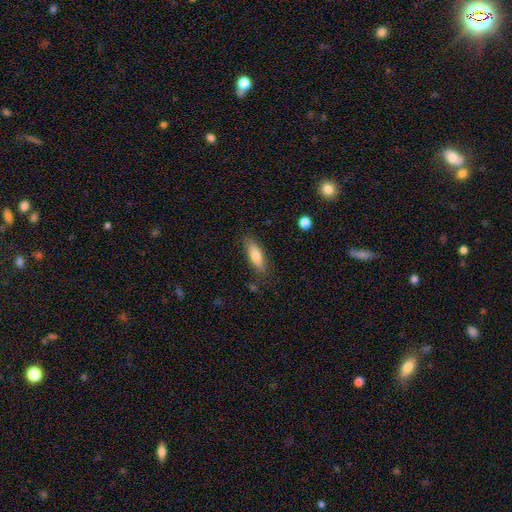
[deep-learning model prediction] Overall: smooth (73%). How rounded: in between (56%; cigar-shaped 42%). Merging: none (79%).